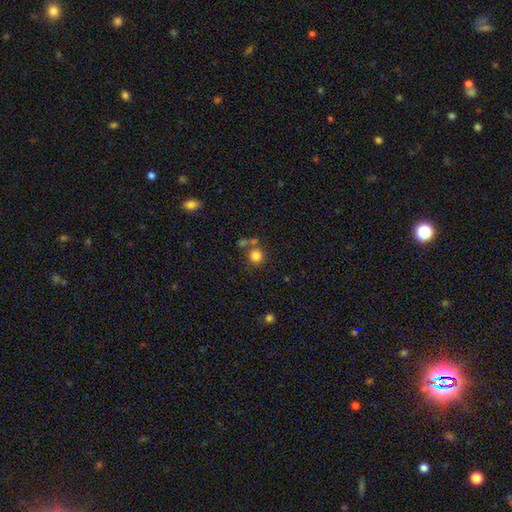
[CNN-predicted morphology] Smooth or featured? Predicted: smooth (p=0.81). How rounded? Predicted: round (p=0.91). Merging? Predicted: none (p=0.67).